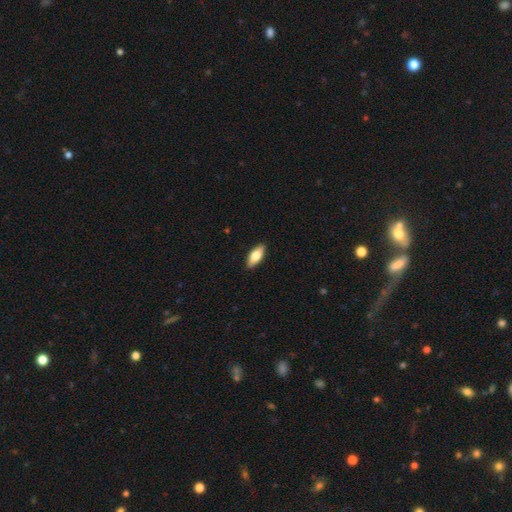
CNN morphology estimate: A smooth galaxy with no disk features (79%) that is in between round and cigar-shaped (81%). Merging: none (89%).